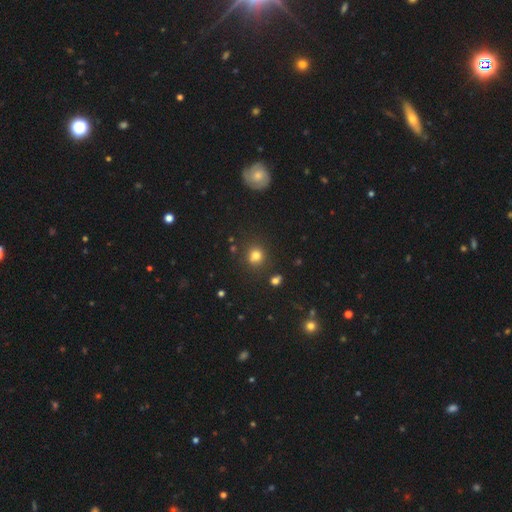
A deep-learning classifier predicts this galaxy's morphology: This is likely a smooth galaxy (76%). How rounded: clearly round (84%). Merging: likely none (79%).